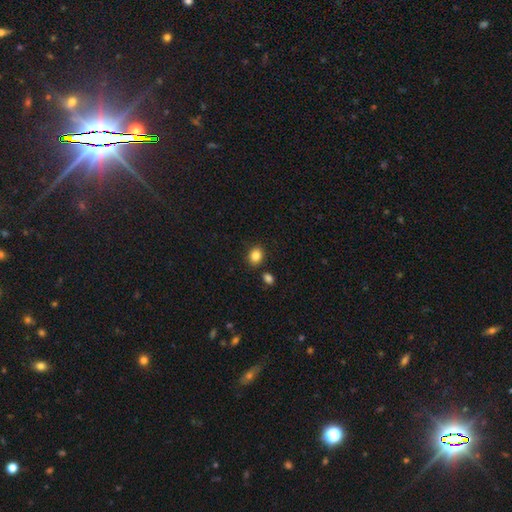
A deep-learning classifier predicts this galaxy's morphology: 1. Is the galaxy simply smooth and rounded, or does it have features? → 85% smooth, 10% star or artifact, 5% featured or disk.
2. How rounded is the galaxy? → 53% round, 46% in between, 1% cigar-shaped.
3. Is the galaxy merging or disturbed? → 84% none, 9% minor disturbance, 5% merger, 2% major disturbance.